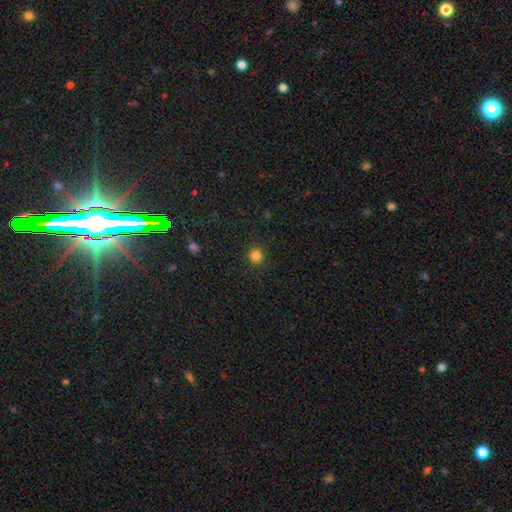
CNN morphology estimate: smooth 84%, star or artifact 13%, featured or disk 4%. Down the decision tree: how rounded — round (94%); merging — none (92%).